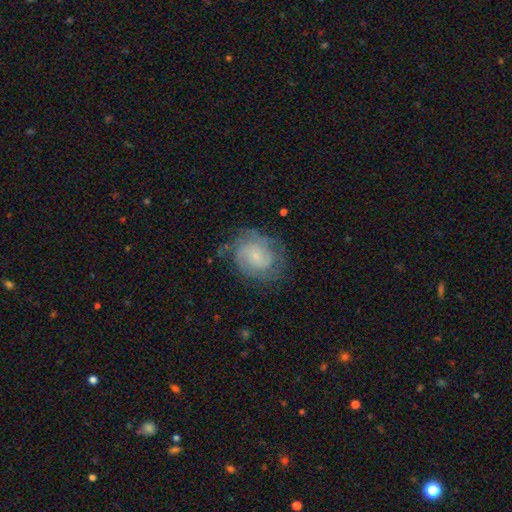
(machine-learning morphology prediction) Smooth or featured? Predicted: featured or disk (p=0.72). Edge-on disk? Predicted: no (p=0.98). Bar? Predicted: no (p=0.67). Spiral arms? Predicted: yes (p=0.93). Spiral winding? Predicted: tight (p=0.59). Spiral arm count? Predicted: 2 (p=0.41). Bulge size? Predicted: small (p=0.60). Merging? Predicted: none (p=0.72).